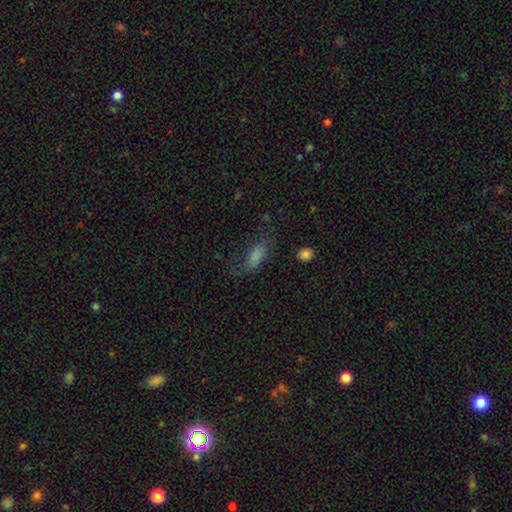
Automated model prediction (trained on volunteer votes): Overall: smooth (66%). How rounded: in between (69%). Merging: none (62%; minor disturbance 22%).